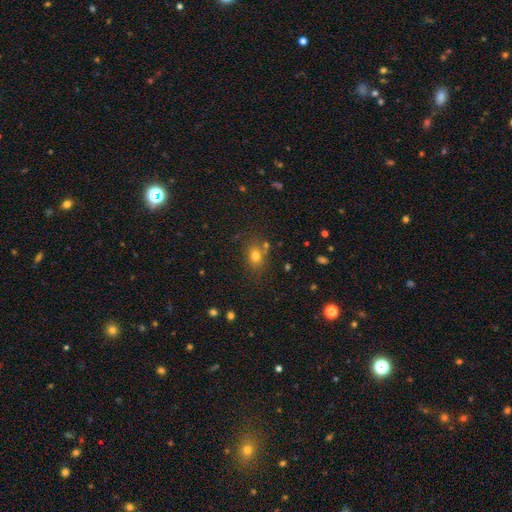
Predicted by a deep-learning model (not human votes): smooth-or-featured: smooth: 74% | star or artifact: 17% | featured or disk: 9%
  how-rounded: in between: 54% | round: 44% | cigar-shaped: 2%
  merging: none: 69% | minor disturbance: 15% | merger: 11% | major disturbance: 5%